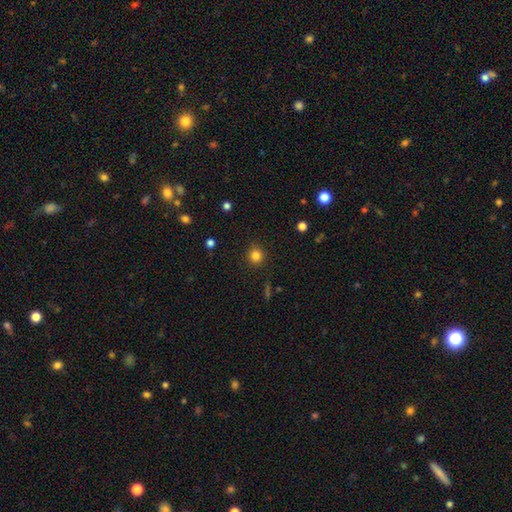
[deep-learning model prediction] This is clearly a smooth galaxy (82%). How rounded: clearly round (92%). Merging: clearly none (90%).